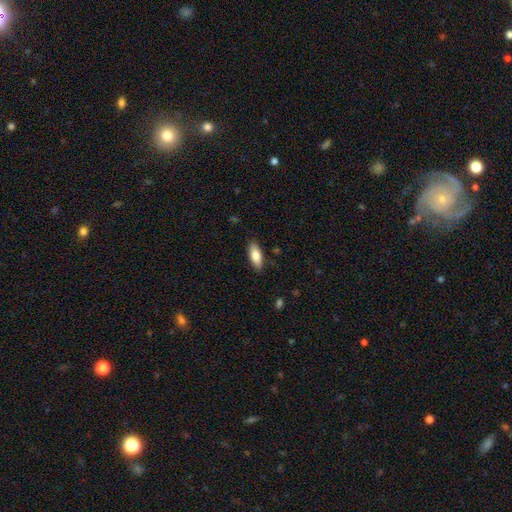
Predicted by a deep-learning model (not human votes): A smooth galaxy with no disk features (81%) that is in between round and cigar-shaped (78%).

Vote fractions:
- Smooth or featured? smooth: 81% / featured or disk: 13% / star or artifact: 6%
- How rounded? in between: 78% / cigar-shaped: 20% / round: 2%
- Merging? none: 86% / minor disturbance: 11% / major disturbance: 2% / merger: 1%